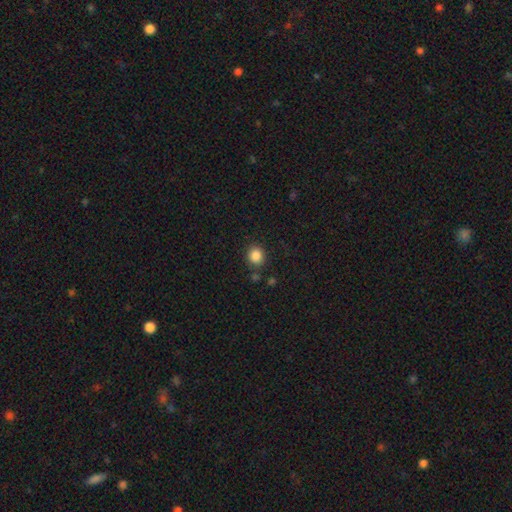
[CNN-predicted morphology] smooth 85%, star or artifact 10%, featured or disk 4%. Down the decision tree: how rounded — round (80%); merging — none (84%).